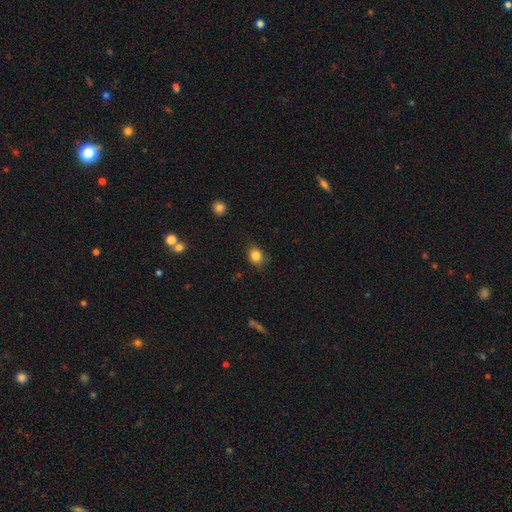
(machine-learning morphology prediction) Smooth or featured? Predicted: smooth (p=0.84). How rounded? Predicted: round (p=0.65). Merging? Predicted: none (p=0.78).